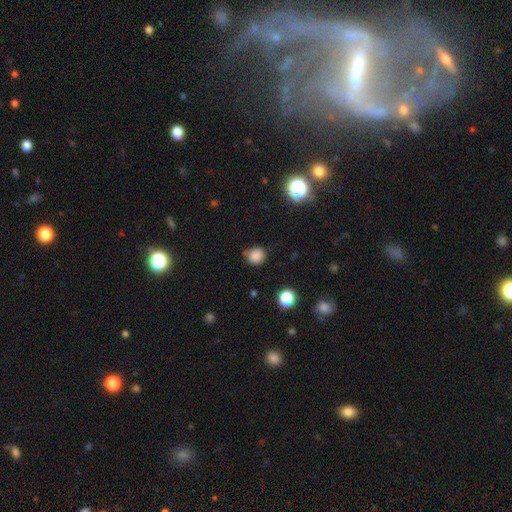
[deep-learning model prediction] The model was most divided on "merging": none: 75%, minor disturbance: 17%, merger: 4%, major disturbance: 4%. More confident: how rounded — round (84%); smooth or featured — smooth (83%).